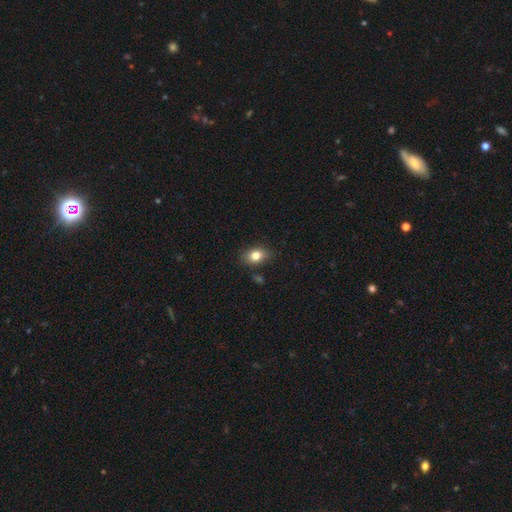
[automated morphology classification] smooth_or_featured: smooth (p=0.80) [alt: featured or disk p=0.10]
how_rounded: in between (p=0.75) [alt: round p=0.24]
merging: none (p=0.82) [alt: minor disturbance p=0.12]